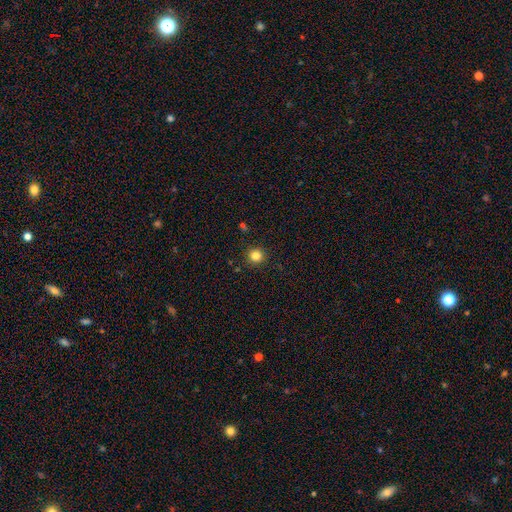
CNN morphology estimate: Overall: smooth (83%). How rounded: round (93%). Merging: none (91%).